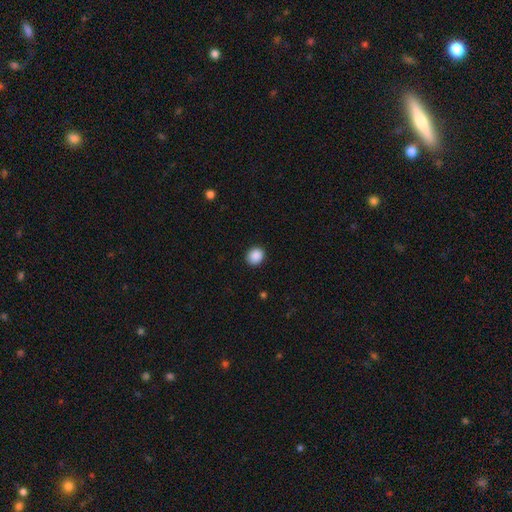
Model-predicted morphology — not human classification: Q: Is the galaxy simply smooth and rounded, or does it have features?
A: smooth — 89%.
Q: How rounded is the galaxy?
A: round — 76%.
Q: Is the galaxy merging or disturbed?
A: none — 91%.